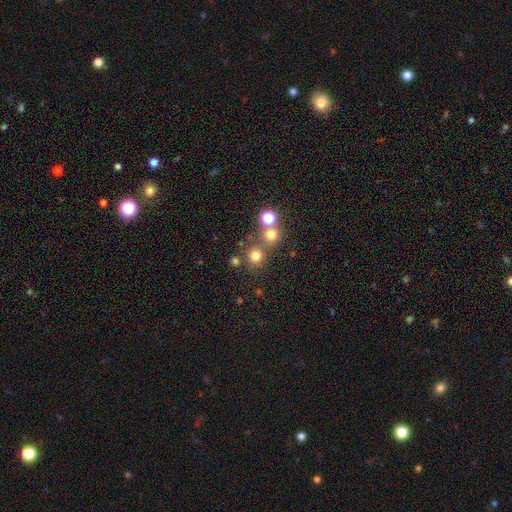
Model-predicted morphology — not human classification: Q: Smooth or featured?
A: smooth (73%); runner-up: star or artifact (20%)
Q: How rounded?
A: round (92%); runner-up: in between (7%)
Q: Merging?
A: none (70%); runner-up: merger (19%)